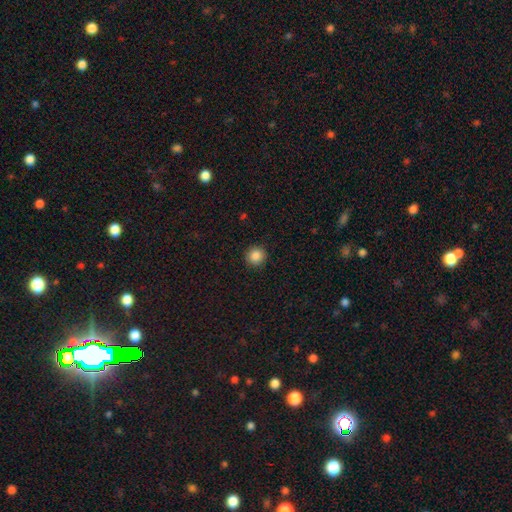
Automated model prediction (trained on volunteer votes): A smooth galaxy with no disk features (86%) that is round (95%).

Vote fractions:
- Smooth or featured? smooth: 86% / star or artifact: 10% / featured or disk: 4%
- How rounded? round: 95% / in between: 5% / cigar-shaped: 1%
- Merging? none: 92% / minor disturbance: 5% / major disturbance: 2% / merger: 1%